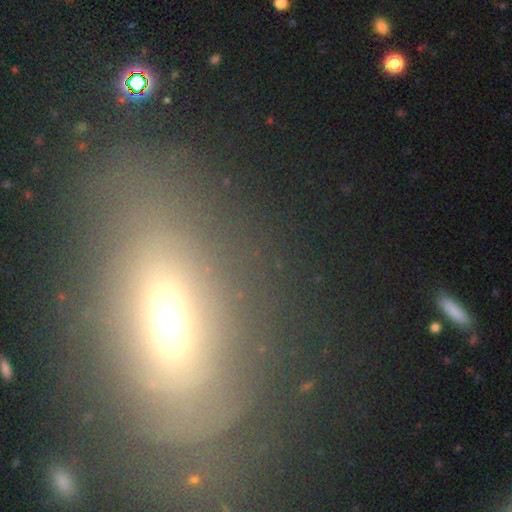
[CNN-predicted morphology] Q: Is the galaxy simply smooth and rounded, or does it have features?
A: smooth — 44%.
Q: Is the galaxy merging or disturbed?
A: none — 66%.